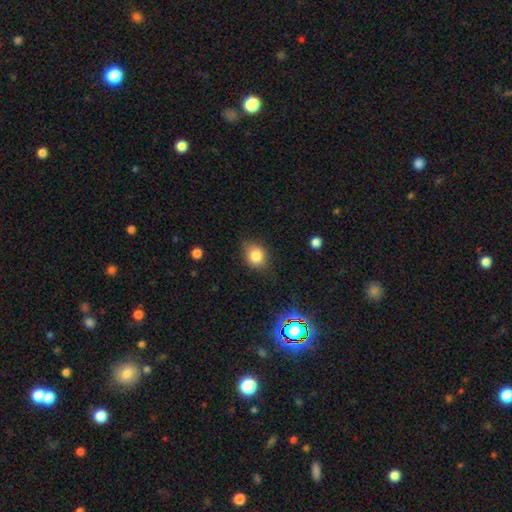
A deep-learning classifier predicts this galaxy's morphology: This appears to be a smooth galaxy with no disk features (79%) that is round (57%). Merging: none (72%).